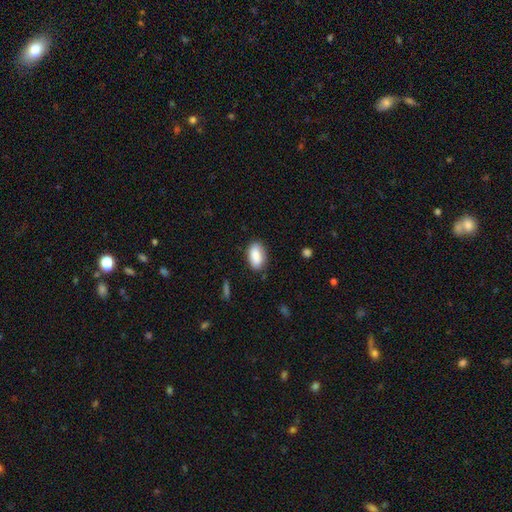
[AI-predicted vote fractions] Smooth or featured? Predicted: smooth (p=0.88). How rounded? Predicted: in between (p=0.93). Merging? Predicted: none (p=0.80).